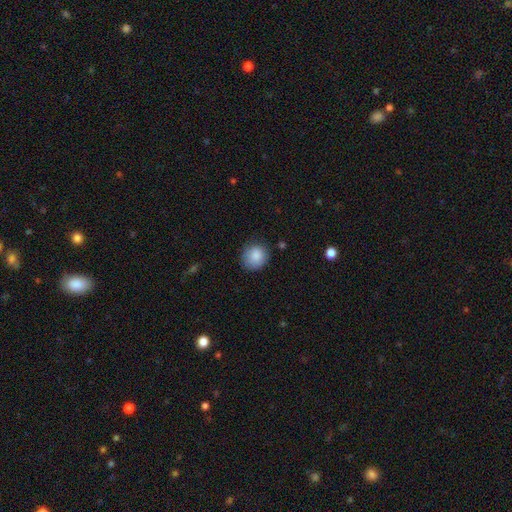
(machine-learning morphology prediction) A smooth galaxy with no disk features (87%) that is round (82%).

Vote fractions:
- Smooth or featured? smooth: 87% / star or artifact: 8% / featured or disk: 5%
- How rounded? round: 82% / in between: 17% / cigar-shaped: 1%
- Merging? none: 80% / minor disturbance: 15% / major disturbance: 3% / merger: 2%